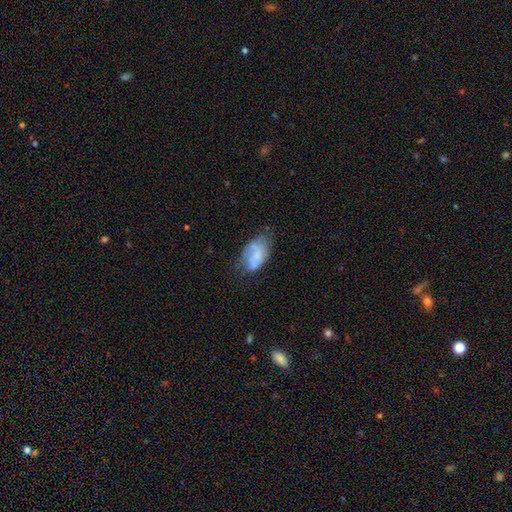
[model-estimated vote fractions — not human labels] Smooth or featured: smooth — 49% (featured or disk — 42%)
Merging: none — 42% (minor disturbance — 32%)